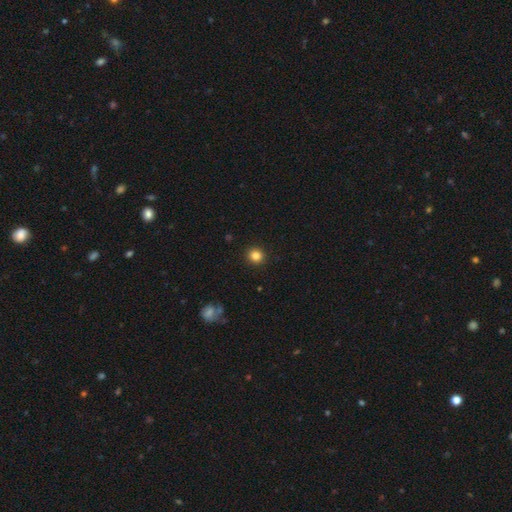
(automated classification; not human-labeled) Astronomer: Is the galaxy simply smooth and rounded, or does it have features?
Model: smooth — 84%.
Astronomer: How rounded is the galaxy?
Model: round — 91%.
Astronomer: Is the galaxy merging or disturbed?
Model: none — 92%.